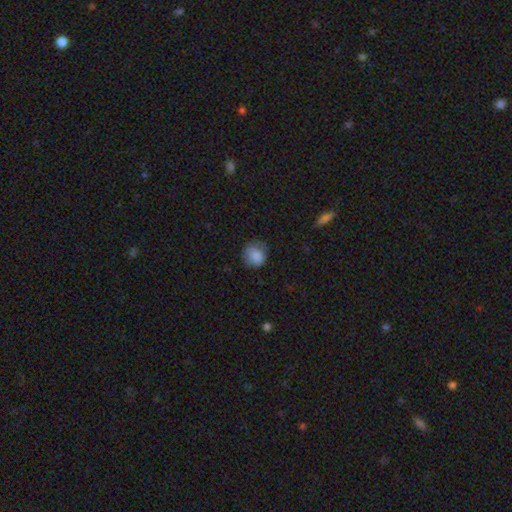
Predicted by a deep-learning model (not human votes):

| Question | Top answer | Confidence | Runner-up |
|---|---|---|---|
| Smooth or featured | smooth | 85% | star or artifact (9%) |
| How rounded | round | 82% | in between (18%) |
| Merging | none | 69% | minor disturbance (23%) |